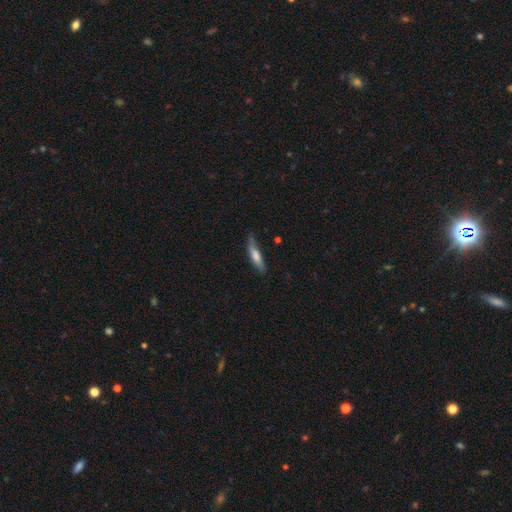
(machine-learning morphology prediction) Smooth or featured? smooth (65%)
How rounded? cigar-shaped (76%)
Merging? none (64%)